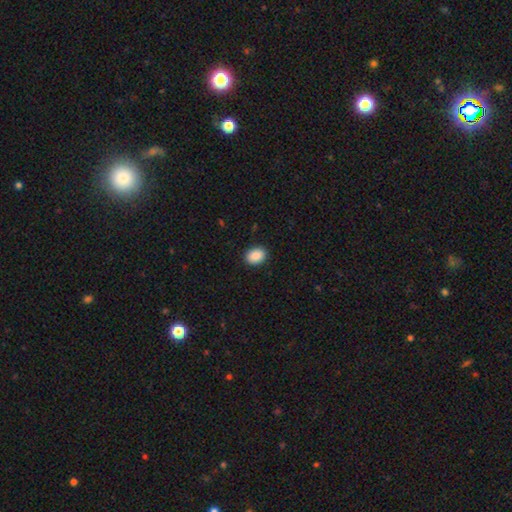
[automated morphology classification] The model was most divided on "how rounded": in between: 71%, round: 28%, cigar-shaped: 1%. More confident: merging — none (91%); smooth or featured — smooth (90%).